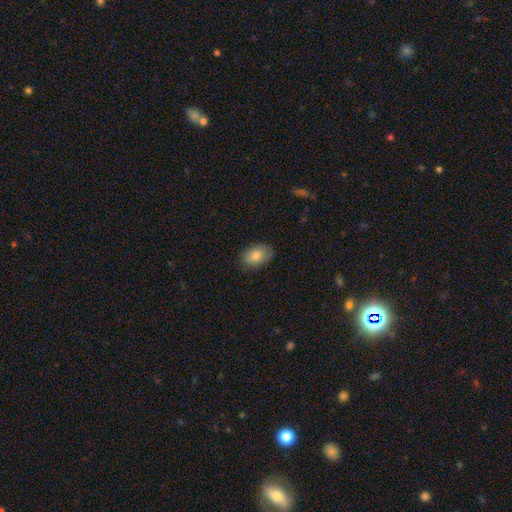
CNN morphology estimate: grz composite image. It shows a smooth galaxy with no disk features (83%) that is in between round and cigar-shaped (88%). Merging: none (83%).